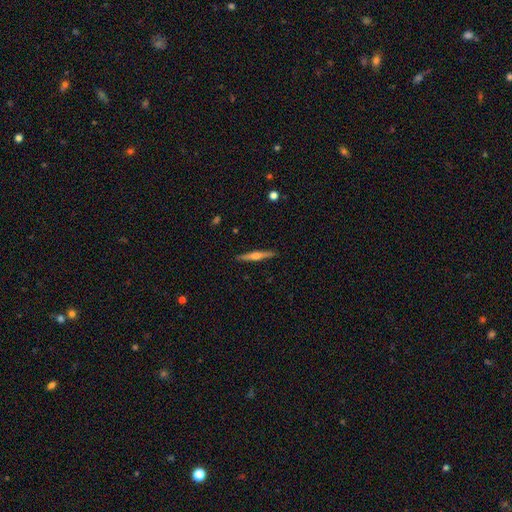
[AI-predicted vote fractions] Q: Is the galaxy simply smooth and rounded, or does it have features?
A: featured or disk — 61%.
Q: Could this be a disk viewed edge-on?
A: yes — 98%.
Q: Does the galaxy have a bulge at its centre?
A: rounded — 75%.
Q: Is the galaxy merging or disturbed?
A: none — 90%.